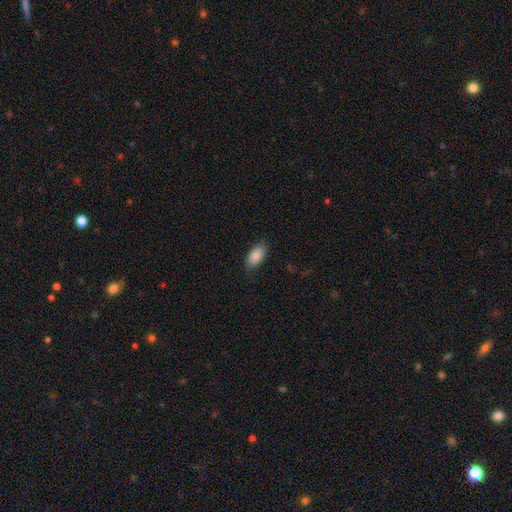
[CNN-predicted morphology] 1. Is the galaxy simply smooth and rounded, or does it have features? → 86% smooth, 7% featured or disk, 7% star or artifact.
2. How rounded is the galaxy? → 93% in between, 4% cigar-shaped, 3% round.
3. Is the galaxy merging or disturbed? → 82% none, 14% minor disturbance, 3% major disturbance, 1% merger.